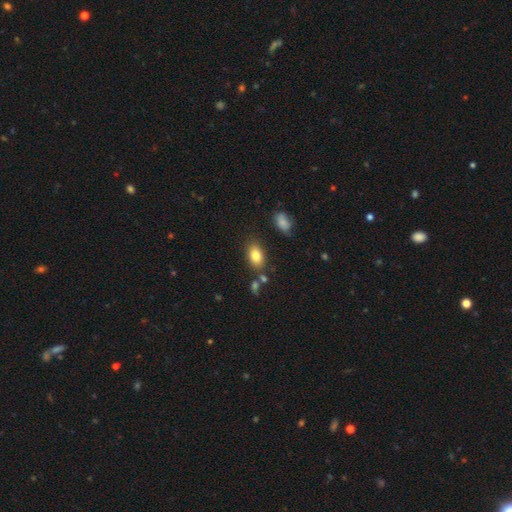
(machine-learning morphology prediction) A smooth galaxy with no disk features (82%) that is in between round and cigar-shaped (88%).

Vote fractions:
- Smooth or featured? smooth: 82% / featured or disk: 9% / star or artifact: 9%
- How rounded? in between: 88% / round: 11% / cigar-shaped: 2%
- Merging? none: 77% / minor disturbance: 13% / merger: 6% / major disturbance: 3%